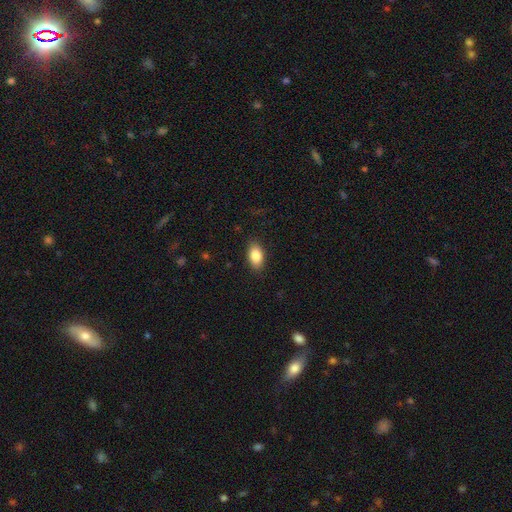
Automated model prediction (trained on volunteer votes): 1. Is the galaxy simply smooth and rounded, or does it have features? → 84% smooth, 8% featured or disk, 7% star or artifact.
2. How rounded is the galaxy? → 91% in between, 7% round, 2% cigar-shaped.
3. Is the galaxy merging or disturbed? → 87% none, 10% minor disturbance, 2% major disturbance, 1% merger.